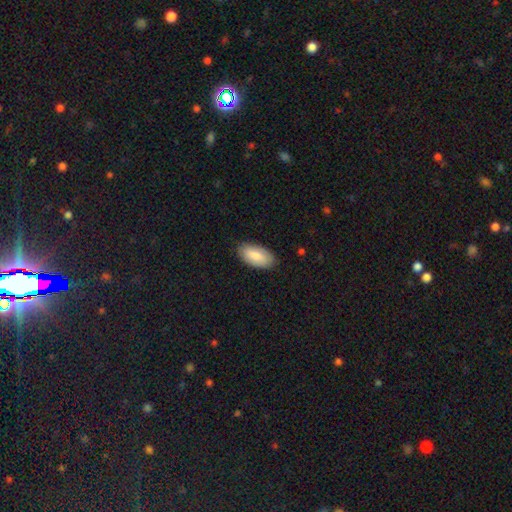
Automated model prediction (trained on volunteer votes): This is clearly a smooth galaxy (82%). How rounded: clearly in between (94%). Merging: clearly none (85%).